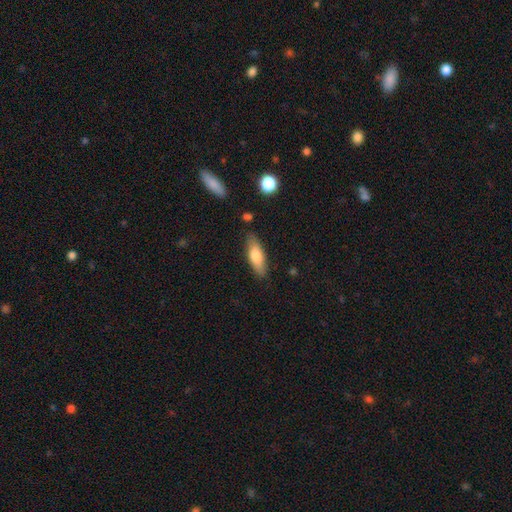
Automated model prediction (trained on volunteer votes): smooth 72%, featured or disk 22%, star or artifact 6%. Down the decision tree: how rounded — in between (56%); merging — none (82%).